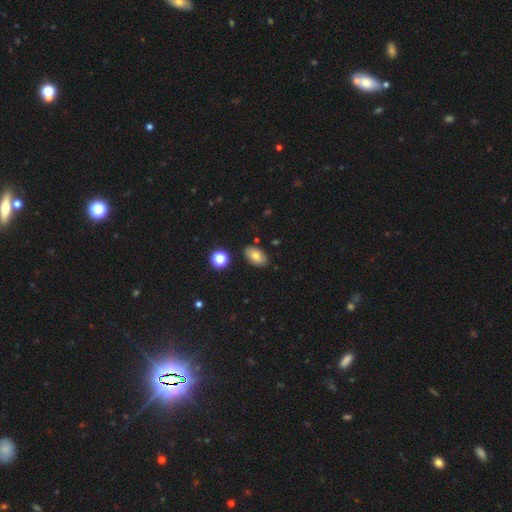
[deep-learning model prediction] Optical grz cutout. It shows a smooth galaxy with no disk features (77%) that is in between round and cigar-shaped (91%). Merging: none (85%).